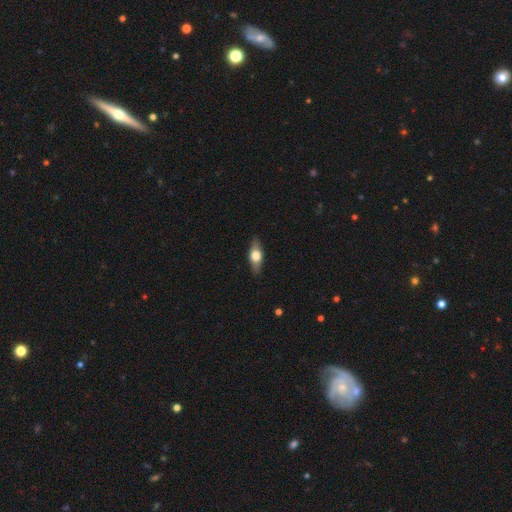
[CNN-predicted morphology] This appears to be a smooth galaxy with no disk features (53%) that is in between round and cigar-shaped (68%). Merging: none (87%).